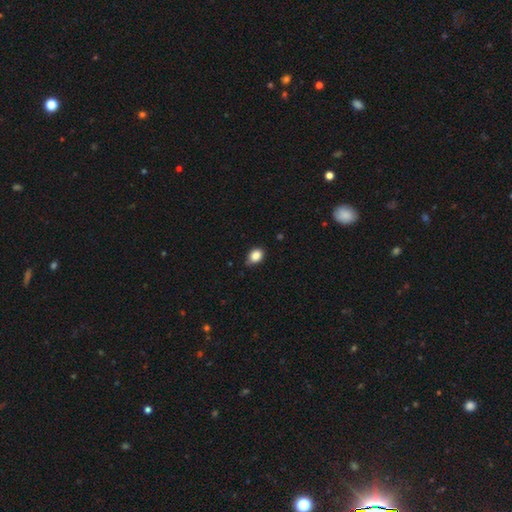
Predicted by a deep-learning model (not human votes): Smooth or featured: smooth — 87% (star or artifact — 9%)
How rounded: in between — 60% (round — 38%)
Merging: none — 71% (minor disturbance — 24%)